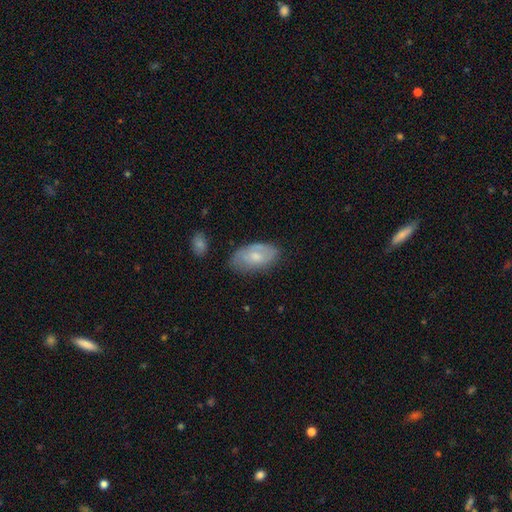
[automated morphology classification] This appears to be a smooth galaxy with no disk features (59%) that is in between round and cigar-shaped (93%). Merging: none (66%).